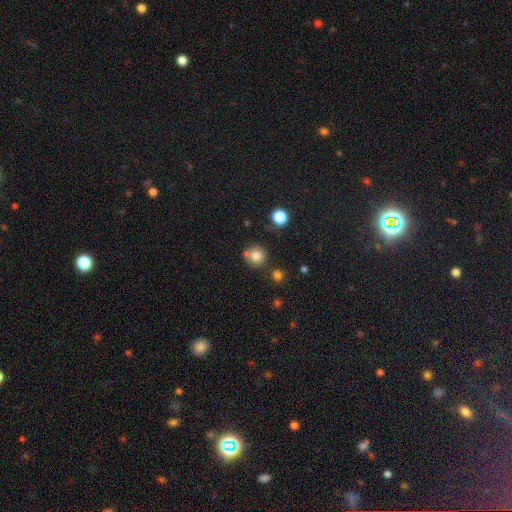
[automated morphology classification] smooth_or_featured: smooth (p=0.80) [alt: star or artifact p=0.12]
how_rounded: round (p=0.92) [alt: in between p=0.07]
merging: none (p=0.70) [alt: merger p=0.16]